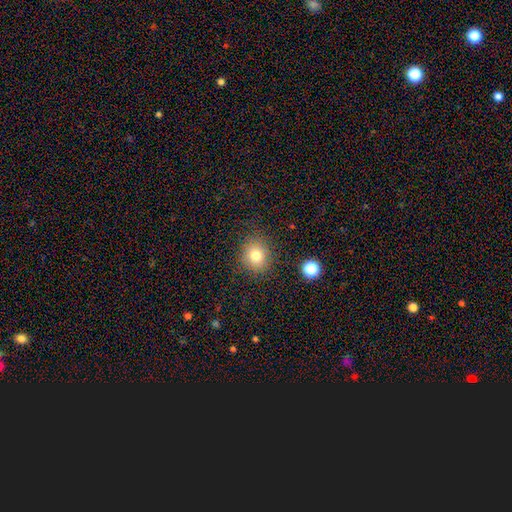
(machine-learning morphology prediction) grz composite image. It shows a smooth galaxy with no disk features (78%) that is round (80%). Merging: none (84%).